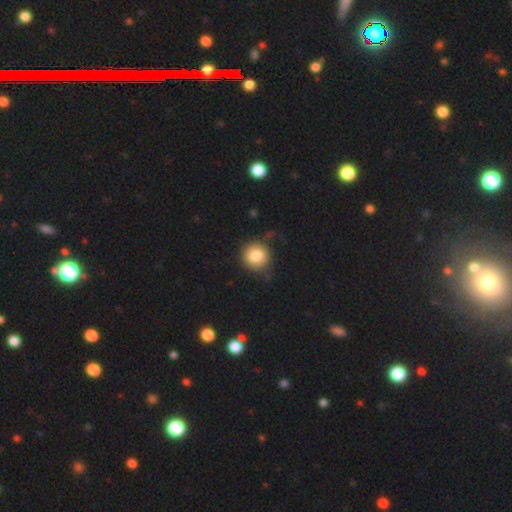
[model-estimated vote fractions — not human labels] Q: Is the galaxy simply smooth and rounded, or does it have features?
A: smooth — 82%.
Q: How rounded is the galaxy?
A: round — 91%.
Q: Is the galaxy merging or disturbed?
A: none — 64%.